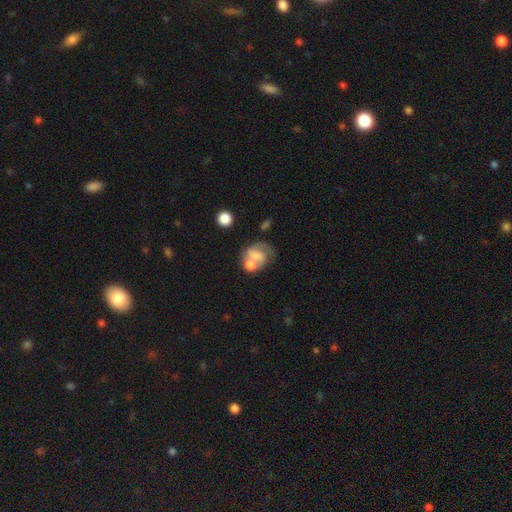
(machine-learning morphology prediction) featured or disk 48%, smooth 43%, star or artifact 9%. Down the decision tree: merging — merger (42%).